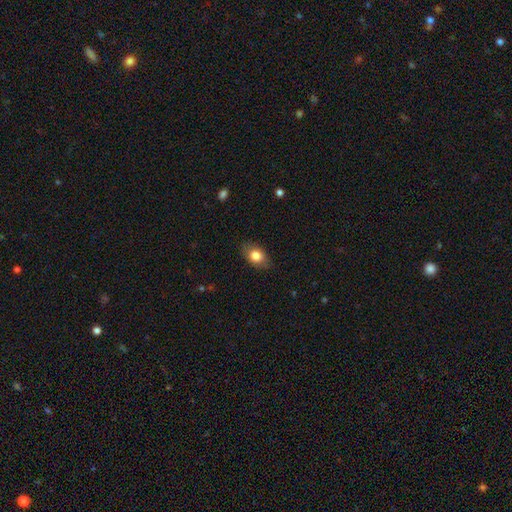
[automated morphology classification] Smooth or featured? smooth (81%)
How rounded? in between (80%)
Merging? none (81%)